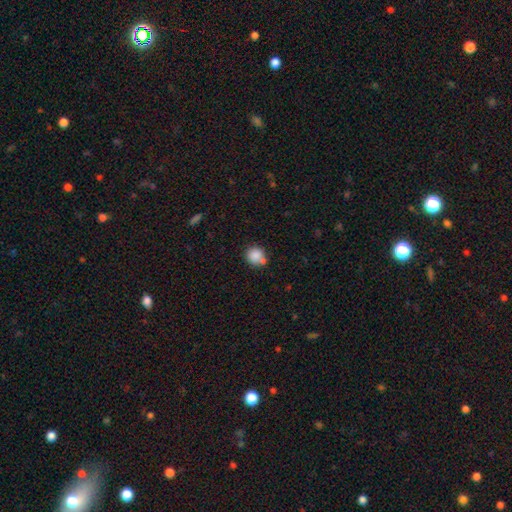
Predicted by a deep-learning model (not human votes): Smooth or featured? smooth (84%)
How rounded? round (82%)
Merging? none (57%)